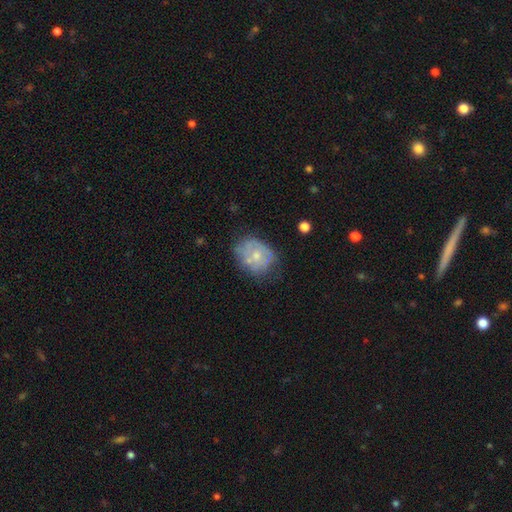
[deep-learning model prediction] smooth-or-featured: featured or disk: 51% | smooth: 42% | star or artifact: 8%
  disk-edge-on: no: 97% | yes: 3%
  merging: none: 47% | minor disturbance: 31% | major disturbance: 15% | merger: 7%